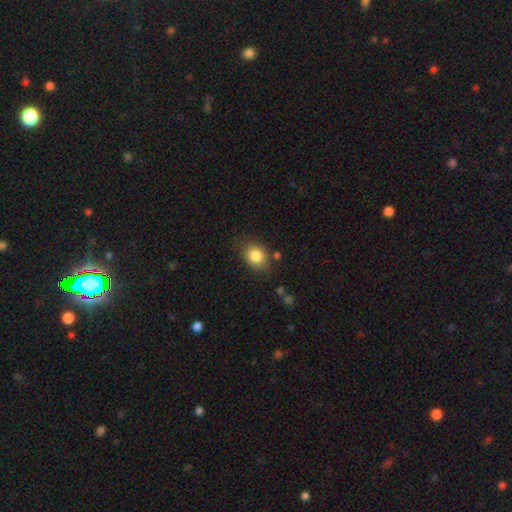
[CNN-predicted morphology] A smooth galaxy with no disk features (84%) that is round (51%). Merging: none (77%).